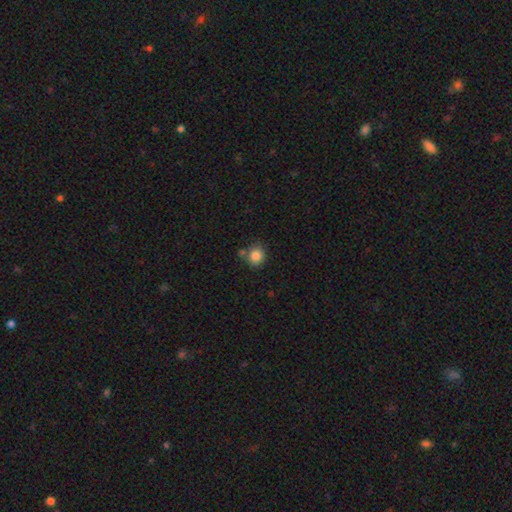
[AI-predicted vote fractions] smooth_or_featured: smooth (p=0.85) [alt: star or artifact p=0.10]
how_rounded: round (p=0.82) [alt: in between p=0.17]
merging: none (p=0.69) [alt: minor disturbance p=0.14]